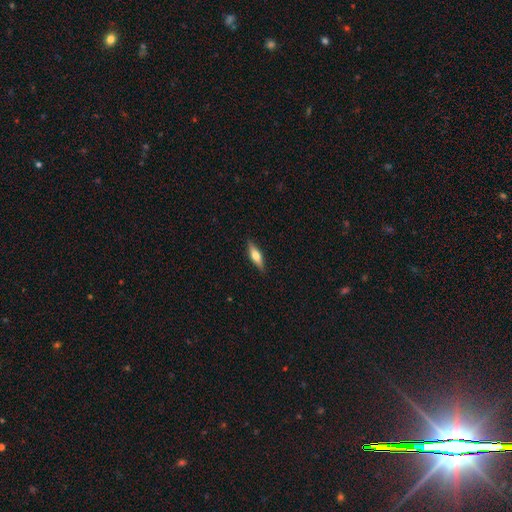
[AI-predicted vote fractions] smooth_or_featured: smooth (p=0.53) [alt: featured or disk p=0.41]
how_rounded: cigar-shaped (p=0.60) [alt: in between p=0.38]
merging: none (p=0.88) [alt: minor disturbance p=0.09]